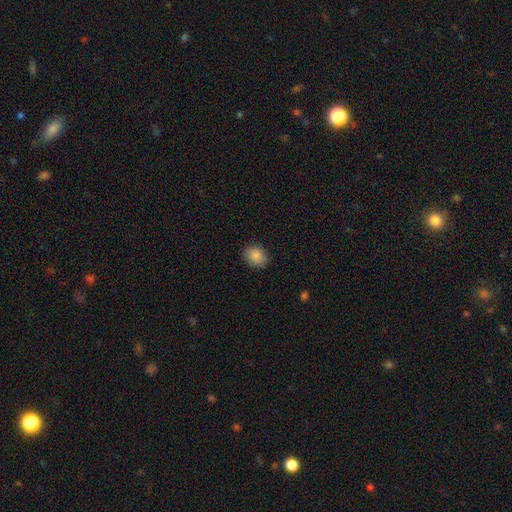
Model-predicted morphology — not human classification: A smooth galaxy with no disk features (88%) that is in between round and cigar-shaped (51%). Merging: none (87%).